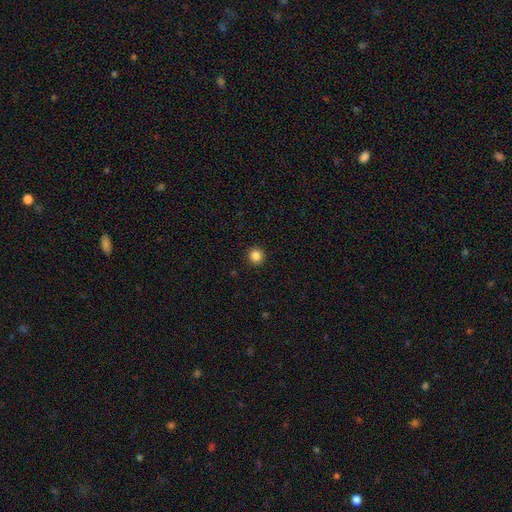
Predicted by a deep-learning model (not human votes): Smooth or featured: smooth — 85% (star or artifact — 11%)
How rounded: round — 96% (in between — 4%)
Merging: none — 93% (minor disturbance — 4%)